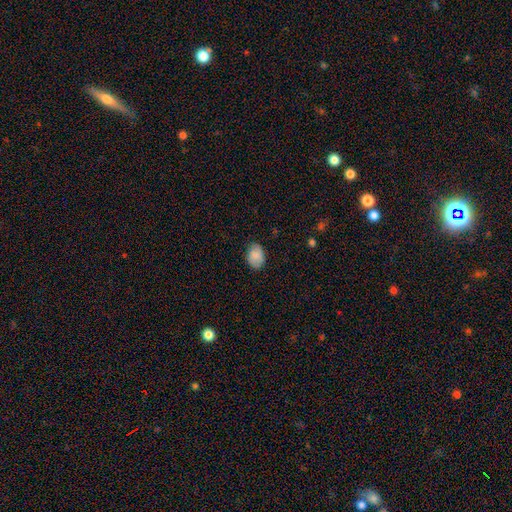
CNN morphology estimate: Smooth or featured: smooth — 83% (featured or disk — 10%)
How rounded: in between — 76% (round — 23%)
Merging: none — 79% (minor disturbance — 17%)